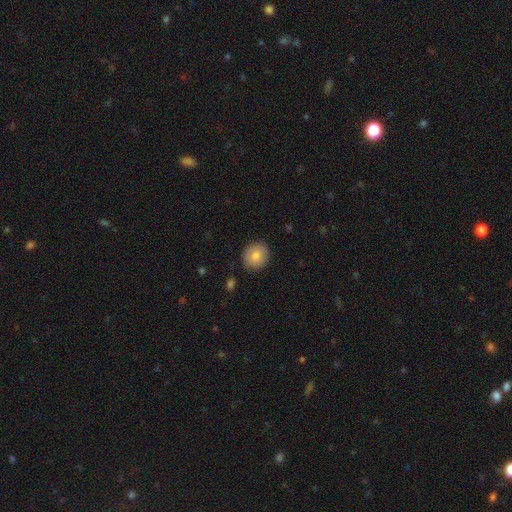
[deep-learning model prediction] The model was most divided on "how rounded": round: 82%, in between: 17%, cigar-shaped: 1%. More confident: merging — none (84%); smooth or featured — smooth (81%).